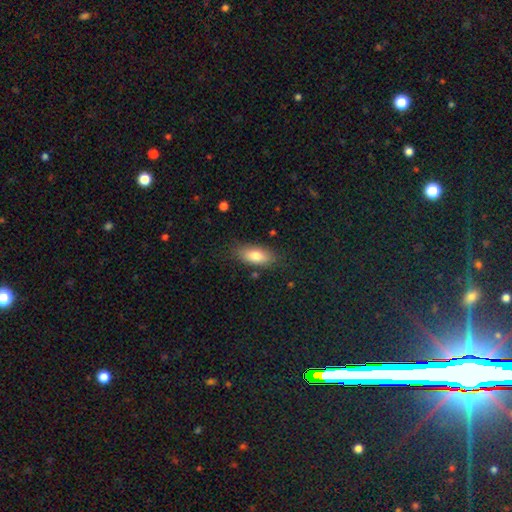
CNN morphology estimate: Q: Smooth or featured?
A: smooth (80%); runner-up: featured or disk (13%)
Q: How rounded?
A: in between (88%); runner-up: cigar-shaped (9%)
Q: Merging?
A: none (79%); runner-up: minor disturbance (15%)